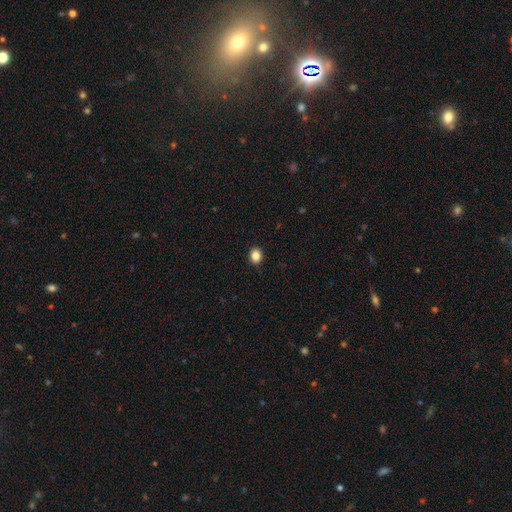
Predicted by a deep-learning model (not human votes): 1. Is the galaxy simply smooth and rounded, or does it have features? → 87% smooth, 10% star or artifact, 3% featured or disk.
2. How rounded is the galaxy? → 53% round, 46% in between, 1% cigar-shaped.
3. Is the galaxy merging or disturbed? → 90% none, 7% minor disturbance, 2% major disturbance, 1% merger.